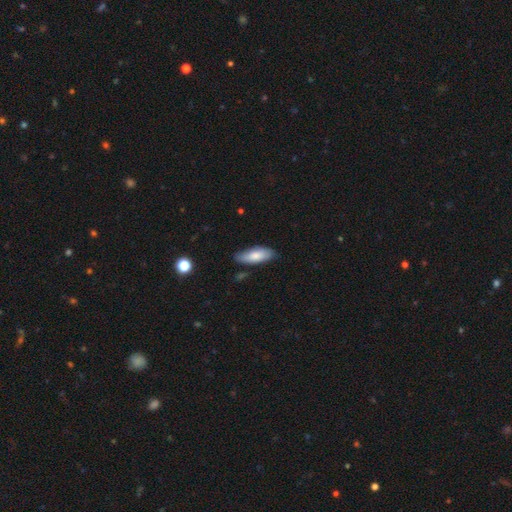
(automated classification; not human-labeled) smooth 78%, featured or disk 16%, star or artifact 6%. Down the decision tree: how rounded — in between (71%); merging — none (75%).